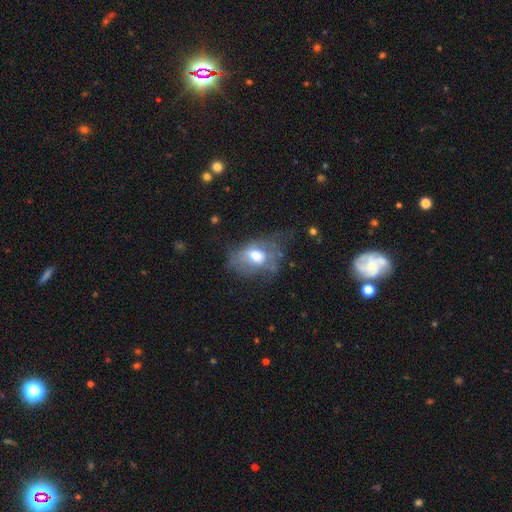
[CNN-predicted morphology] This is possibly a smooth galaxy (48%). Merging: marginally major disturbance (42%).